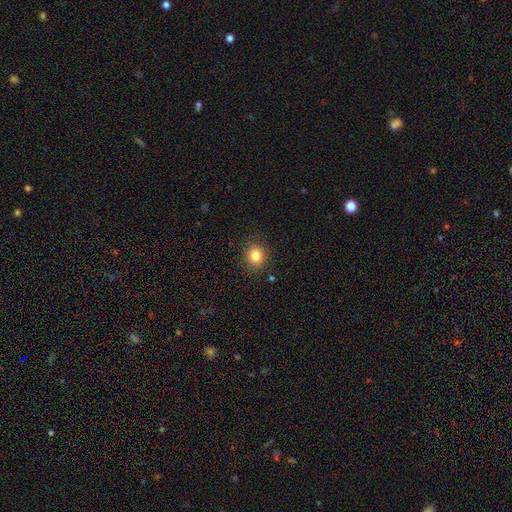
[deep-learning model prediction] Q: Smooth or featured?
A: smooth (83%); runner-up: star or artifact (11%)
Q: How rounded?
A: round (81%); runner-up: in between (18%)
Q: Merging?
A: none (89%); runner-up: minor disturbance (7%)